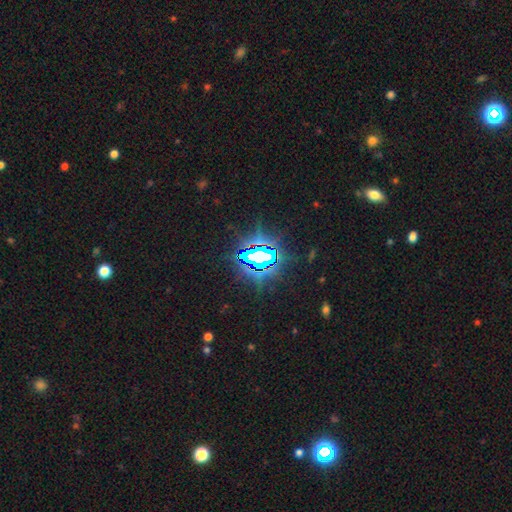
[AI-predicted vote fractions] smooth-or-featured: star or artifact: 79% | smooth: 11% | featured or disk: 10%